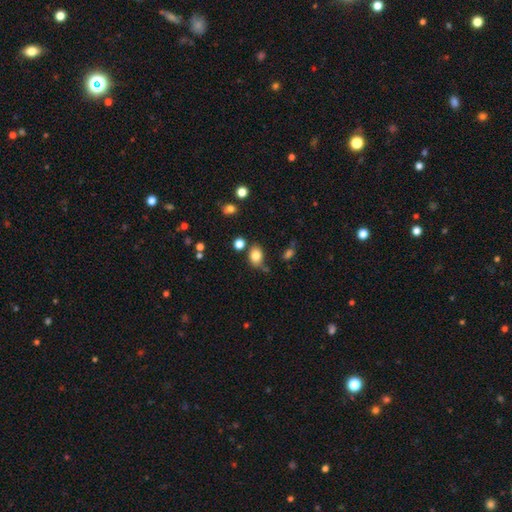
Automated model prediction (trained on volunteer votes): smooth-or-featured: smooth: 81% | star or artifact: 11% | featured or disk: 8%
  how-rounded: in between: 67% | round: 32% | cigar-shaped: 1%
  merging: none: 70% | minor disturbance: 17% | merger: 8% | major disturbance: 5%